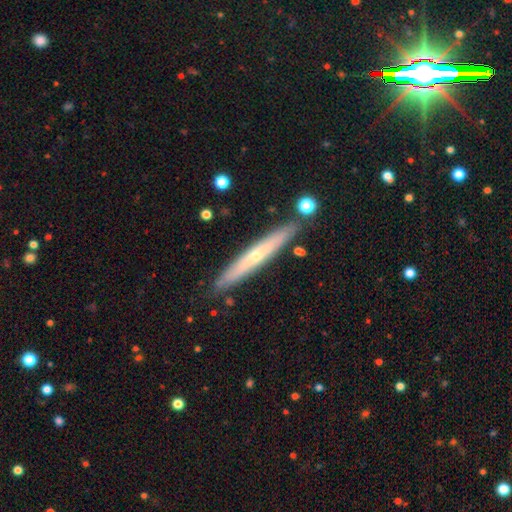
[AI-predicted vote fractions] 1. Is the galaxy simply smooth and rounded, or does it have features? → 58% featured or disk, 36% smooth, 6% star or artifact.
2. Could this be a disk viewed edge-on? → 90% yes, 10% no.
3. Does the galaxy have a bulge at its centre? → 64% rounded, 34% none, 2% boxy.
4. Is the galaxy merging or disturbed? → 87% none, 9% minor disturbance, 3% merger, 2% major disturbance.